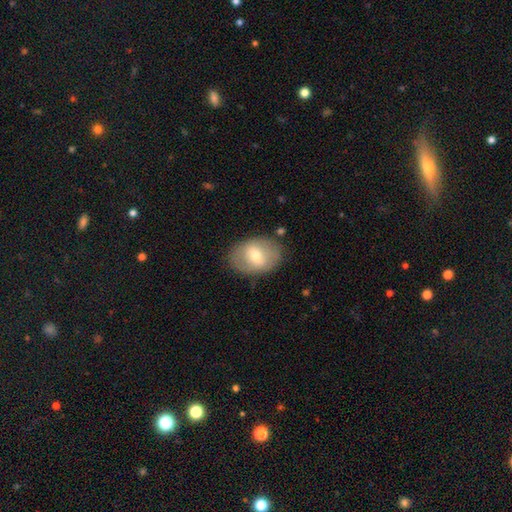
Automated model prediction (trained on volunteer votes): Smooth or featured: smooth — 60% (featured or disk — 33%)
How rounded: in between — 76% (round — 23%)
Merging: none — 79% (minor disturbance — 14%)